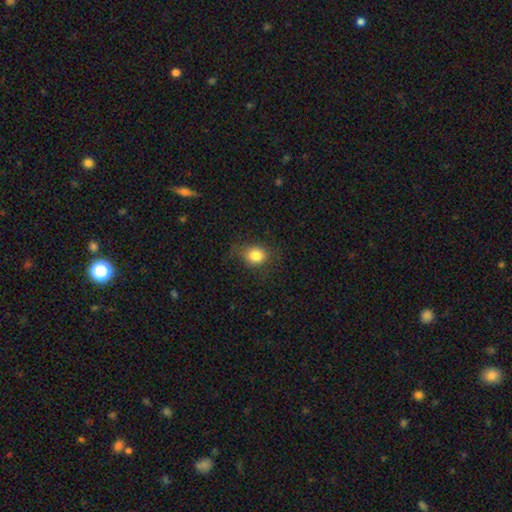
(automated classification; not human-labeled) Overall: smooth (81%). How rounded: round (68%; in between 31%). Merging: none (71%).